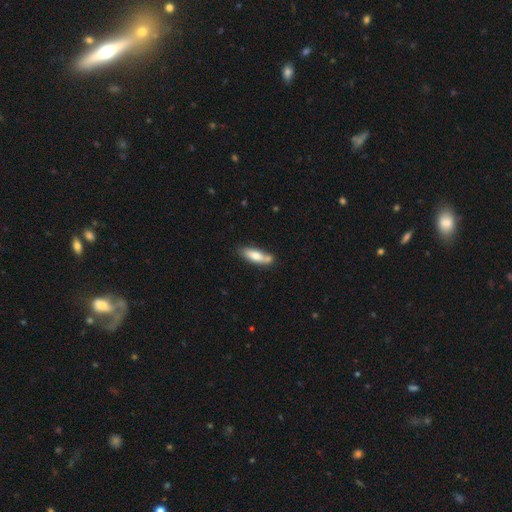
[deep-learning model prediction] smooth 71%, featured or disk 22%, star or artifact 6%. Down the decision tree: how rounded — in between (53%); merging — none (59%).